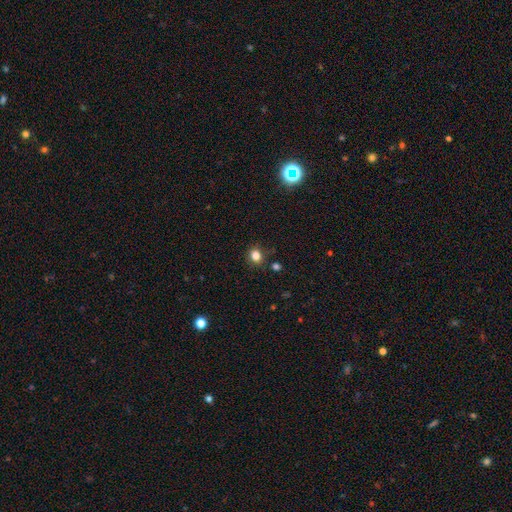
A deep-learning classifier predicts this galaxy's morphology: The model was most divided on "how rounded": round: 73%, in between: 26%, cigar-shaped: 1%. More confident: merging — none (82%); smooth or featured — smooth (81%).